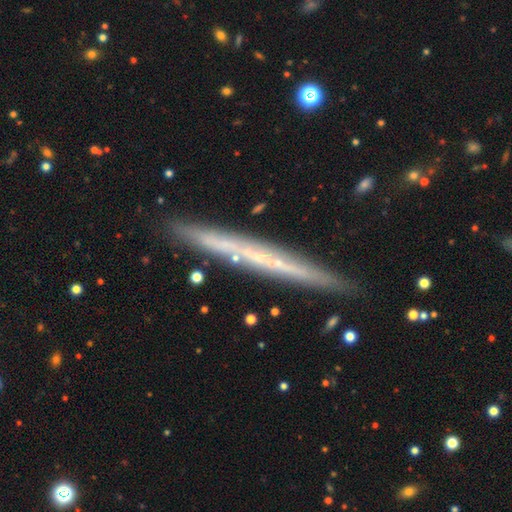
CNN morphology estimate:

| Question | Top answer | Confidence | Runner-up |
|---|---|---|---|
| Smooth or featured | featured or disk | 62% | smooth (31%) |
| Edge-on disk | yes | 94% | no (6%) |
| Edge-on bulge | none | 87% | rounded (10%) |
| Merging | none | 88% | minor disturbance (9%) |